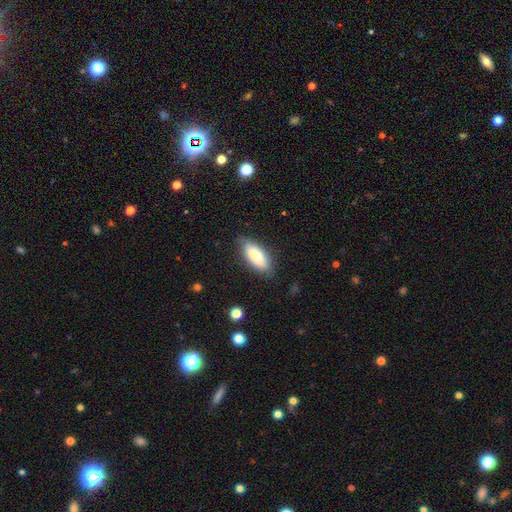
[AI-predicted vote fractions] smooth-or-featured: smooth: 80% | featured or disk: 13% | star or artifact: 6%
  how-rounded: in between: 82% | cigar-shaped: 16% | round: 2%
  merging: none: 79% | minor disturbance: 16% | major disturbance: 3% | merger: 1%